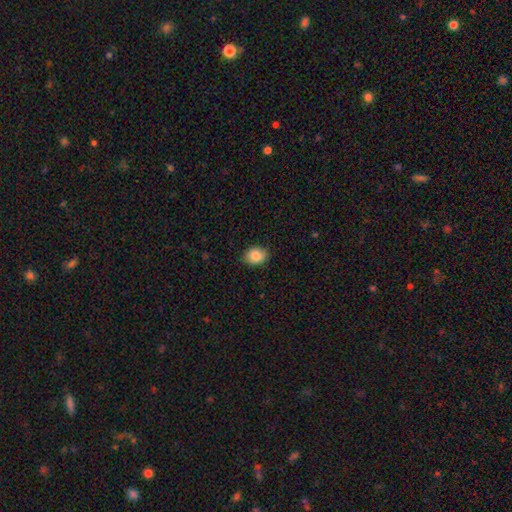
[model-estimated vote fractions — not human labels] smooth 86%, star or artifact 8%, featured or disk 6%. Down the decision tree: how rounded — in between (60%); merging — none (86%).